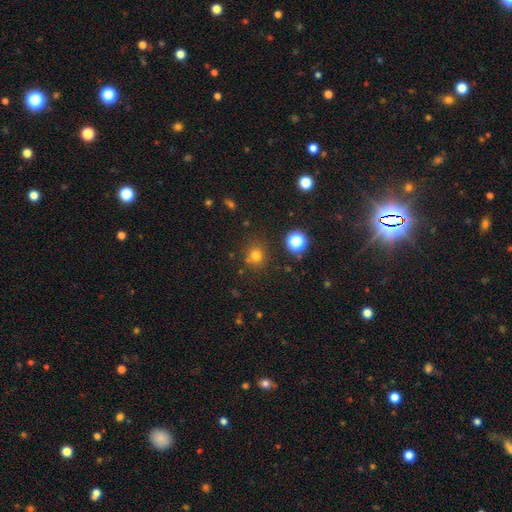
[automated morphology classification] smooth 73%, star or artifact 20%, featured or disk 7%. Down the decision tree: how rounded — round (85%); merging — none (78%).